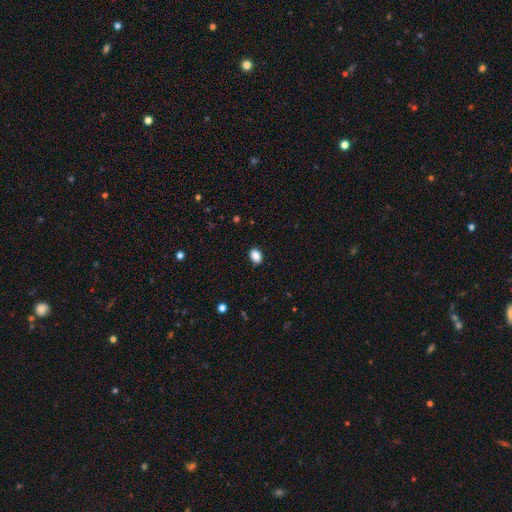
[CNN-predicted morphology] This appears to be a smooth galaxy with no disk features (88%) that is in between round and cigar-shaped (78%). Merging: none (87%).